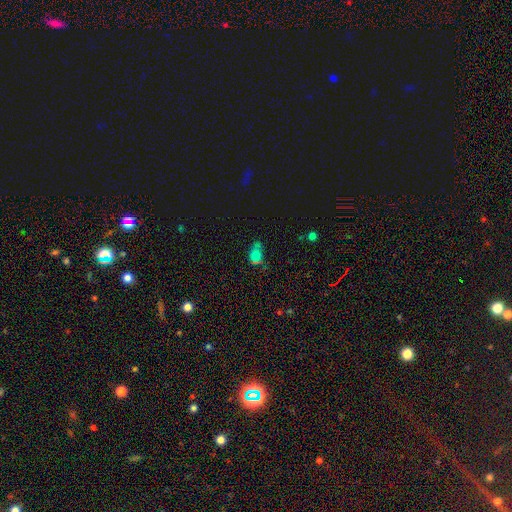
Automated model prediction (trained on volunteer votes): Morphology: type=smooth (56%); roundness=in between (66%); merging=none (47%).